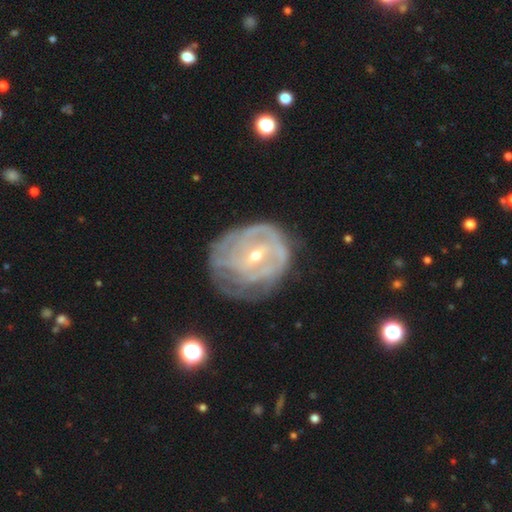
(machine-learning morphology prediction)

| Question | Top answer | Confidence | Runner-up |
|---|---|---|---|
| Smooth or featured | featured or disk | 77% | smooth (16%) |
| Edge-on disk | no | 96% | yes (4%) |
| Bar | weak | 50% | no (29%) |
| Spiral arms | yes | 75% | no (25%) |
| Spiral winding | tight | 65% | medium (25%) |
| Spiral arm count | can't tell | 56% | 2 (19%) |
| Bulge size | small | 59% | moderate (38%) |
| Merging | none | 46% | minor disturbance (28%) |